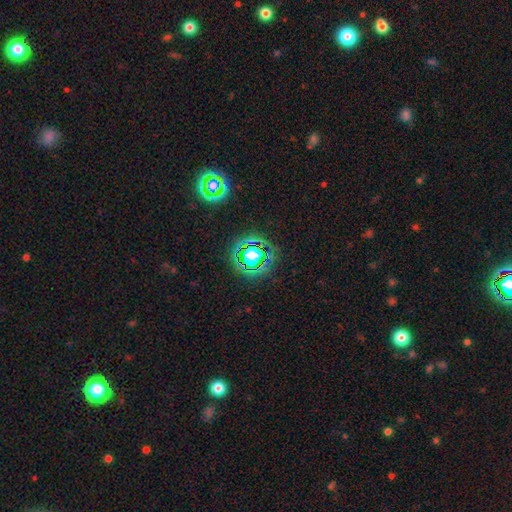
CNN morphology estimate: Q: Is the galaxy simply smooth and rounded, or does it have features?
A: star or artifact — 57%.